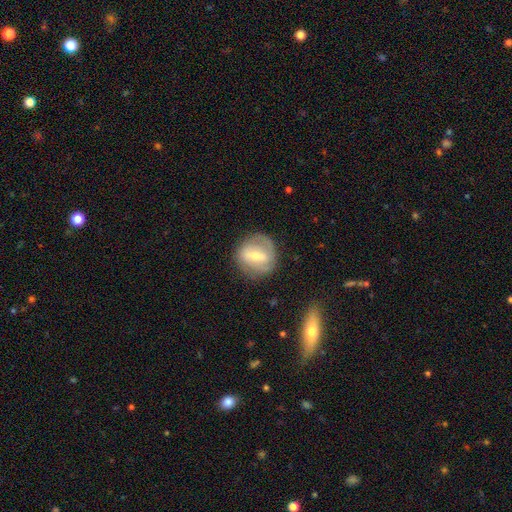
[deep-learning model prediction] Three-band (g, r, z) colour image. It shows a featured or disk galaxy (58%) with a strong bar (46%), spiral arms (59%) and a small central bulge (50%). Merging: none (73%).